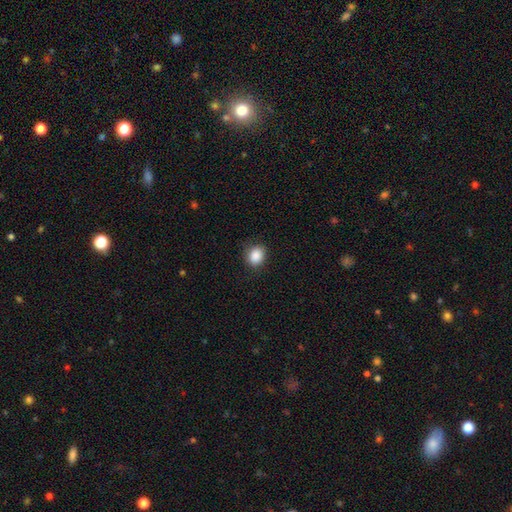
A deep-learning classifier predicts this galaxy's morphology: smooth 87%, star or artifact 9%, featured or disk 4%. Down the decision tree: how rounded — round (61%); merging — none (84%).